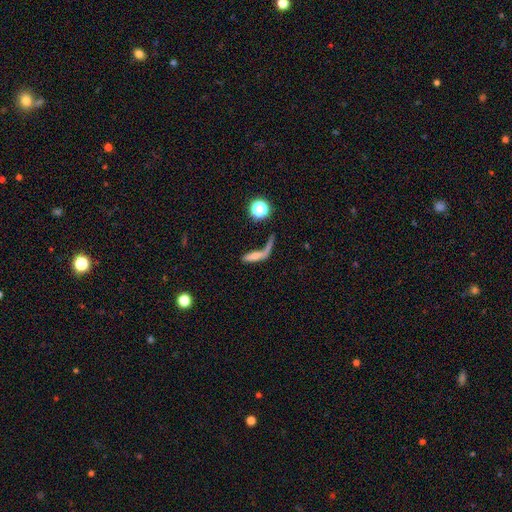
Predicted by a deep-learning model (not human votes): This is possibly a smooth galaxy (54%). How rounded: possibly cigar-shaped (56%). Merging: marginally major disturbance (30%).